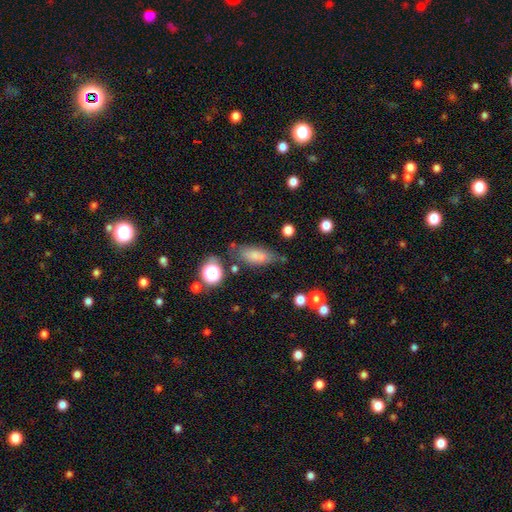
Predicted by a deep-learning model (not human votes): Smooth or featured? smooth (75%)
How rounded? in between (71%)
Merging? none (63%)